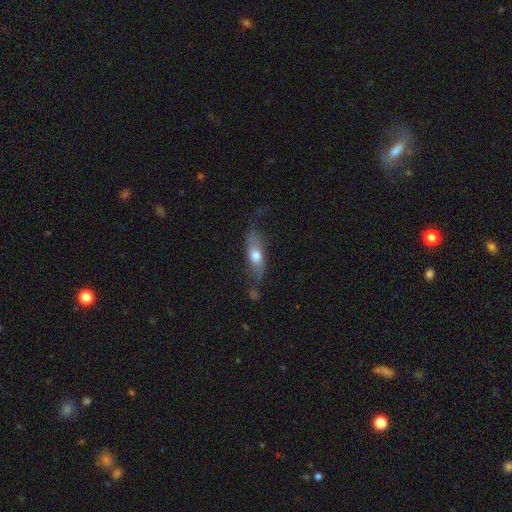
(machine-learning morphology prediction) A smooth galaxy with no disk features (55%) that is in between round and cigar-shaped (61%). Merging: none (55%).